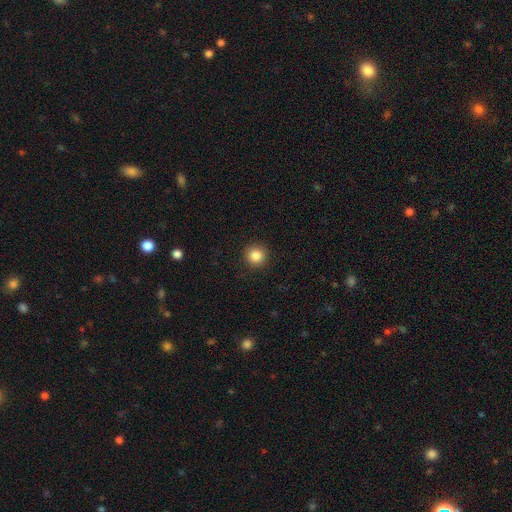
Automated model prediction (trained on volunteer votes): A smooth galaxy with no disk features (86%) that is round (94%). Merging: none (92%).